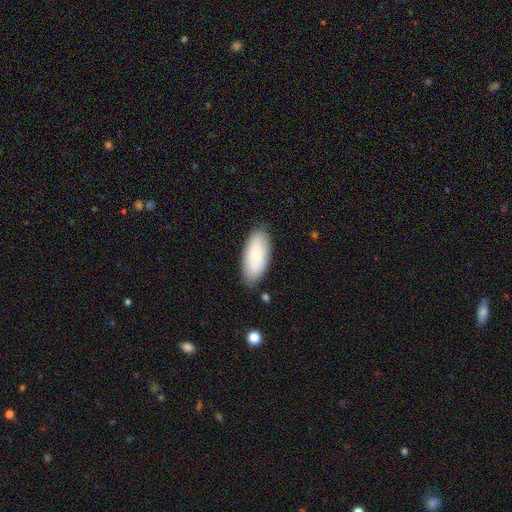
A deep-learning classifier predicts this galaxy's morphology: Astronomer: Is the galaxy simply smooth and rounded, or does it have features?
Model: smooth — 78%.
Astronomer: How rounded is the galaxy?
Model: in between — 89%.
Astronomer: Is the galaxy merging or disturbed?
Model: none — 82%.